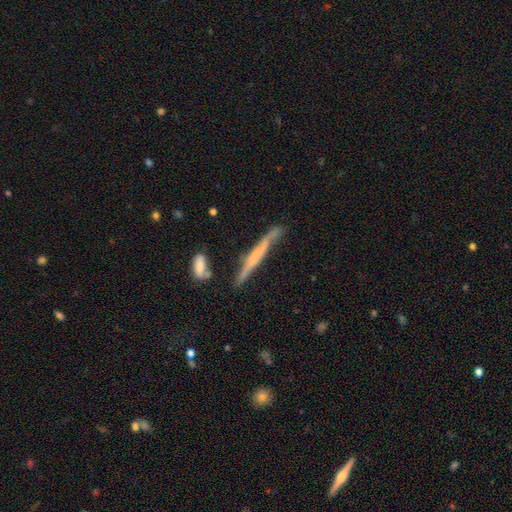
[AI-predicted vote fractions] A featured or disk galaxy (60%) viewed edge-on (94%) with no central bulge (52%).

Vote fractions:
- Smooth or featured? featured or disk: 60% / smooth: 33% / star or artifact: 7%
- Edge-on disk? yes: 94% / no: 6%
- Edge-on bulge? none: 52% / rounded: 26% / boxy: 21%
- Merging? none: 74% / minor disturbance: 17% / merger: 5% / major disturbance: 4%